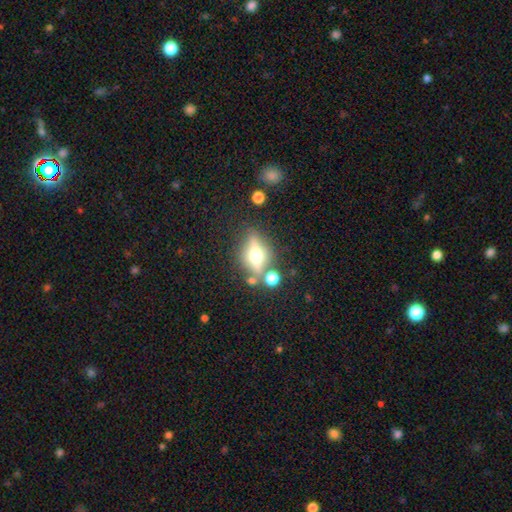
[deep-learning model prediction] Smooth or featured? Predicted: featured or disk (p=0.62). Edge-on disk? Predicted: yes (p=0.84). Edge-on bulge? Predicted: rounded (p=0.96). Merging? Predicted: none (p=0.74).